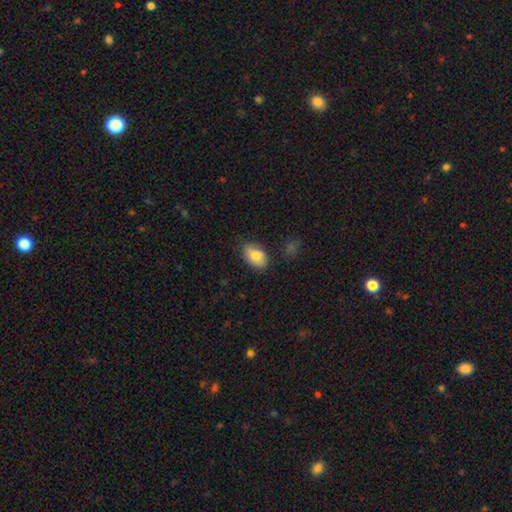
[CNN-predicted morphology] A smooth galaxy with no disk features (81%) that is in between round and cigar-shaped (89%).

Vote fractions:
- Smooth or featured? smooth: 81% / featured or disk: 12% / star or artifact: 7%
- How rounded? in between: 89% / round: 9% / cigar-shaped: 2%
- Merging? none: 75% / minor disturbance: 20% / major disturbance: 4% / merger: 2%